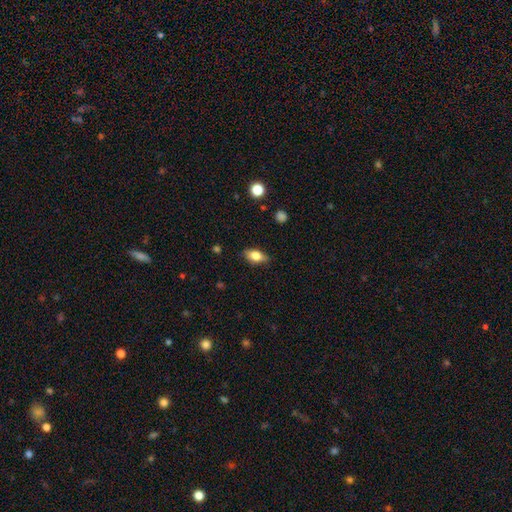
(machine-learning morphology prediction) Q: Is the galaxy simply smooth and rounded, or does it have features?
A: smooth — 75%.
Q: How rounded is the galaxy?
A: in between — 85%.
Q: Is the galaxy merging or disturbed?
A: none — 81%.